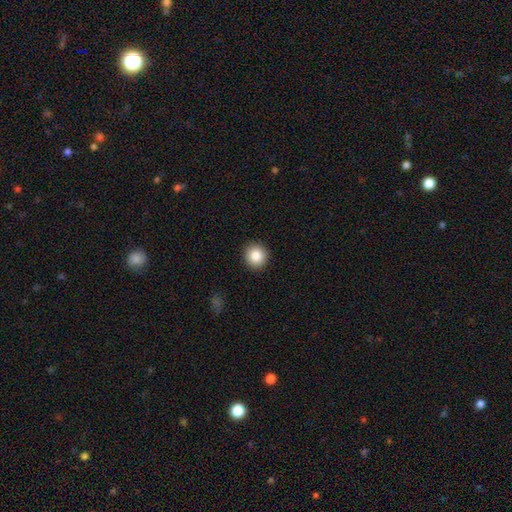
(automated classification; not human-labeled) Smooth or featured? smooth (86%)
How rounded? round (93%)
Merging? none (92%)